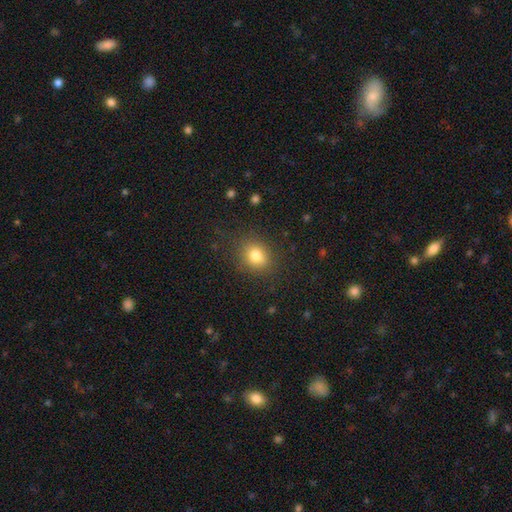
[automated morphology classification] type=smooth (79%); roundness=round (66%); merging=none (82%).